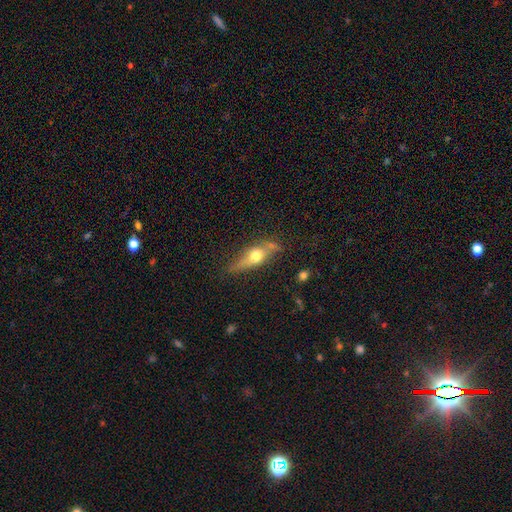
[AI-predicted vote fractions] smooth_or_featured: featured or disk (p=0.49) [alt: smooth p=0.43]
merging: none (p=0.63) [alt: minor disturbance p=0.24]